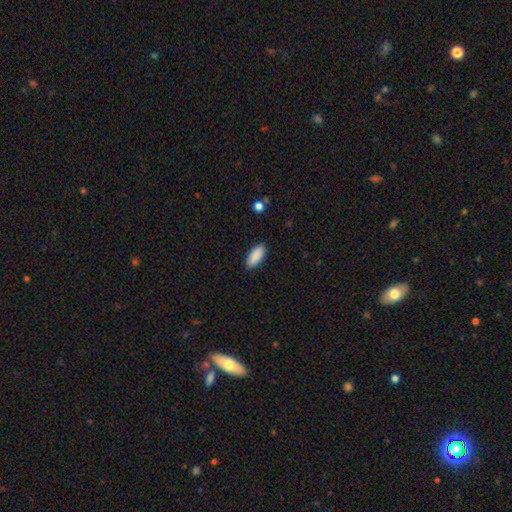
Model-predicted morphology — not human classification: A smooth galaxy with no disk features (90%) that is in between round and cigar-shaped (85%). Merging: none (89%).